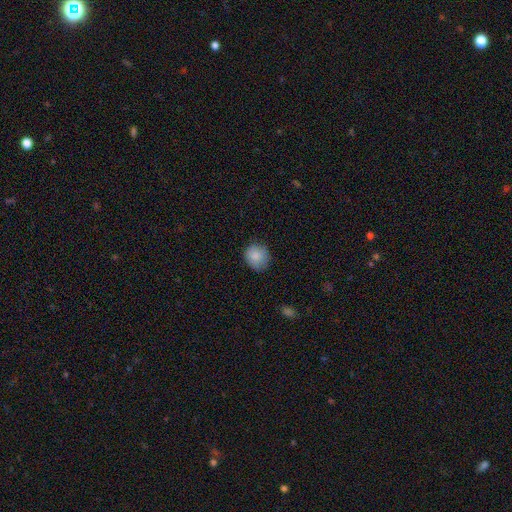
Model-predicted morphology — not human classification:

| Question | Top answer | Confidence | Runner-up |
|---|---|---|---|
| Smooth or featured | smooth | 85% | star or artifact (8%) |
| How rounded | round | 80% | in between (19%) |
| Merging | none | 77% | minor disturbance (18%) |